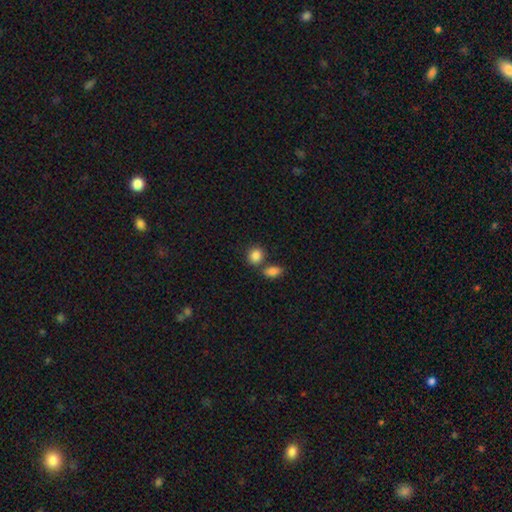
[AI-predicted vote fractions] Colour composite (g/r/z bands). It shows a smooth galaxy with no disk features (86%) that is round (67%). Merging: none (61%).